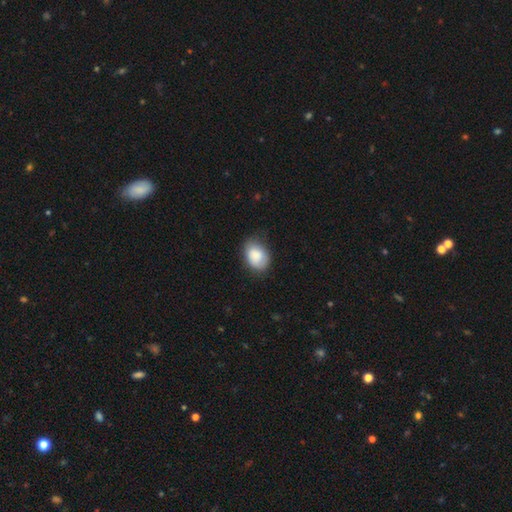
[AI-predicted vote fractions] This appears to be a smooth galaxy with no disk features (86%) that is in between round and cigar-shaped (75%). Merging: none (69%).